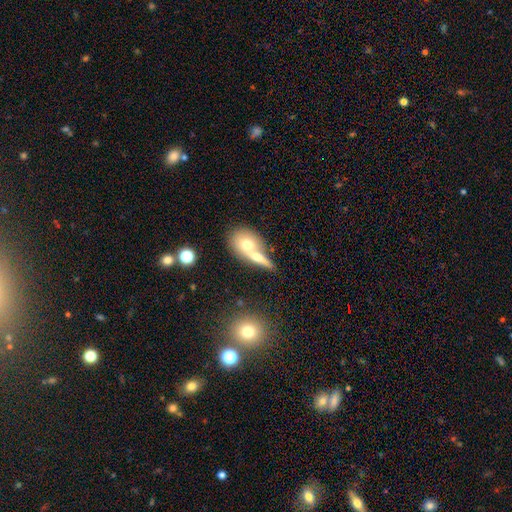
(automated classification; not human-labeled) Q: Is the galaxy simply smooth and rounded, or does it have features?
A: smooth — 55%.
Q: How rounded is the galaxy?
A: in between — 50%.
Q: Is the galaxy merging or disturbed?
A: merger — 45%.